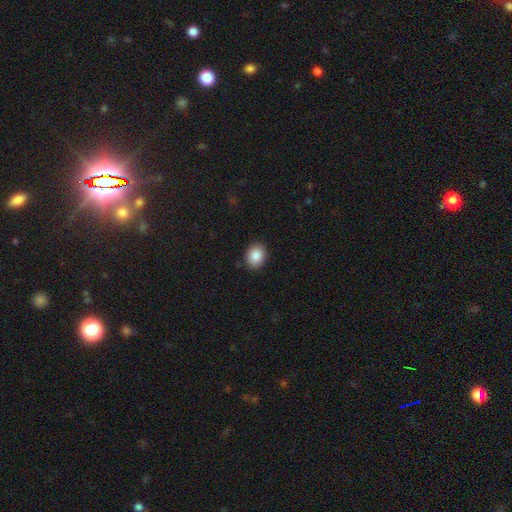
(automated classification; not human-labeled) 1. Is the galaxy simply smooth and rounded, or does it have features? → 88% smooth, 8% star or artifact, 4% featured or disk.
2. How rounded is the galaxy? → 58% in between, 41% round, 1% cigar-shaped.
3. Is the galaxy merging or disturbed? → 89% none, 8% minor disturbance, 2% major disturbance, 1% merger.